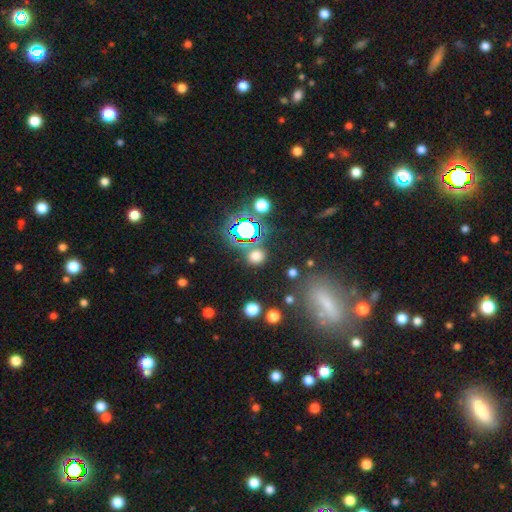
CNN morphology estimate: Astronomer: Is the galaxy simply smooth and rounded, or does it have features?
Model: smooth — 64%.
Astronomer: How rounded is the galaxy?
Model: round — 84%.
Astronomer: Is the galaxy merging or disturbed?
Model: none — 82%.